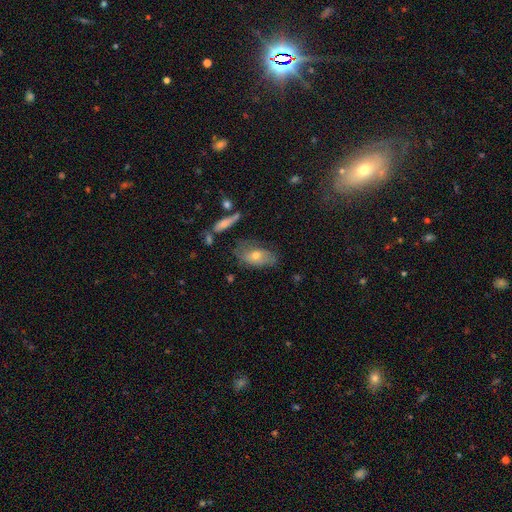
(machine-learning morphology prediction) Q: Smooth or featured?
A: smooth (55%); runner-up: featured or disk (37%)
Q: How rounded?
A: in between (87%); runner-up: round (7%)
Q: Merging?
A: none (55%); runner-up: minor disturbance (29%)